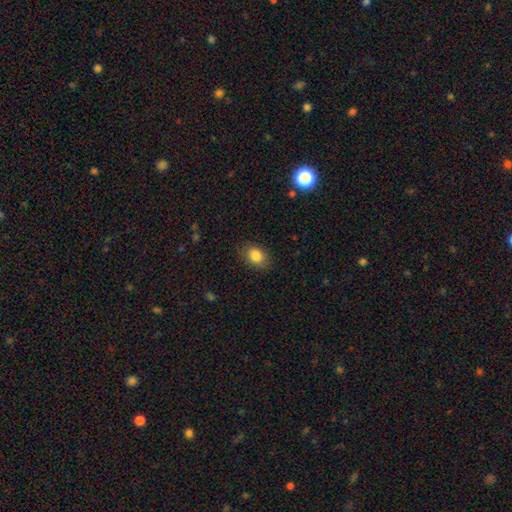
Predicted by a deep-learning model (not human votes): A smooth galaxy with no disk features (85%) that is in between round and cigar-shaped (71%).

Vote fractions:
- Smooth or featured? smooth: 85% / star or artifact: 8% / featured or disk: 6%
- How rounded? in between: 71% / round: 28% / cigar-shaped: 1%
- Merging? none: 83% / minor disturbance: 13% / major disturbance: 3% / merger: 1%